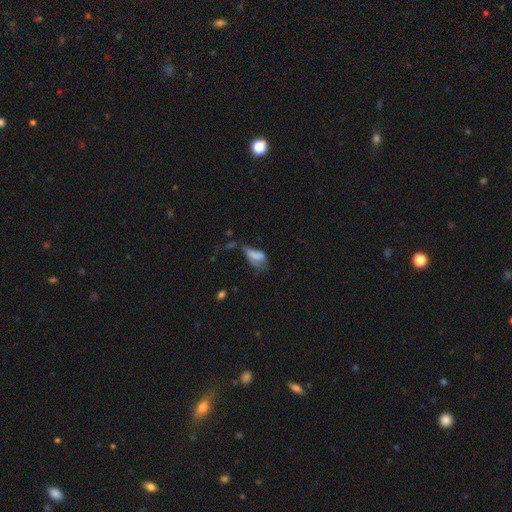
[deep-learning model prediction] smooth 62%, featured or disk 25%, star or artifact 13%. Down the decision tree: how rounded — in between (83%); merging — major disturbance (43%).